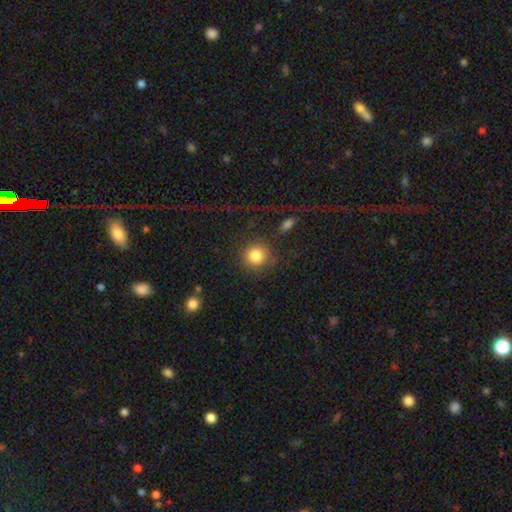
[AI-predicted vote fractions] smooth 81%, star or artifact 10%, featured or disk 9%. Down the decision tree: how rounded — round (92%); merging — none (73%).